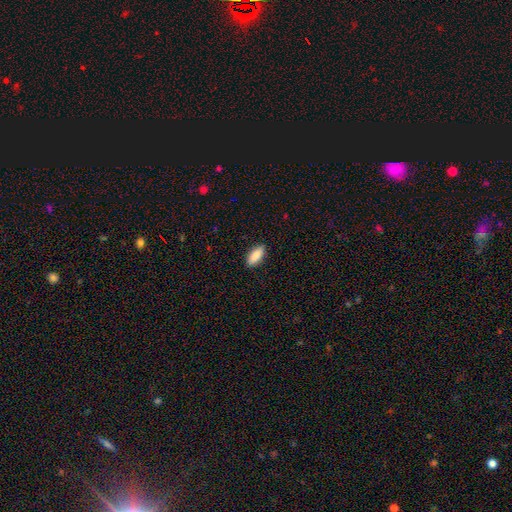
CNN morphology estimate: smooth-or-featured: smooth: 87% | featured or disk: 7% | star or artifact: 6%
  how-rounded: in between: 81% | cigar-shaped: 17% | round: 2%
  merging: none: 89% | minor disturbance: 8% | major disturbance: 2% | merger: 1%